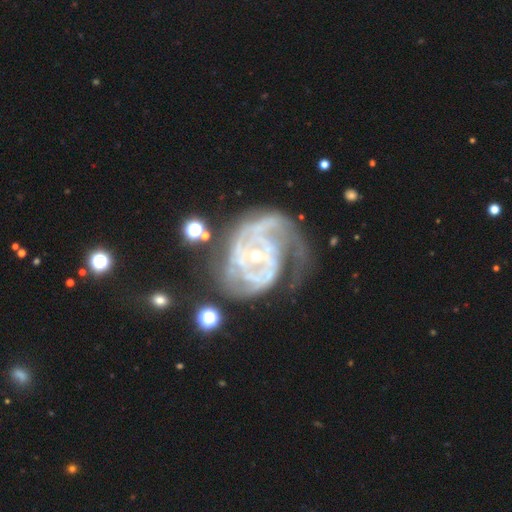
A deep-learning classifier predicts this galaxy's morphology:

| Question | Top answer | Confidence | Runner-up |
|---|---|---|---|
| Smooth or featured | featured or disk | 89% | star or artifact (6%) |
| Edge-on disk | no | 98% | yes (2%) |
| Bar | no | 55% | weak (31%) |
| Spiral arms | yes | 95% | no (5%) |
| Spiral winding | tight | 53% | medium (37%) |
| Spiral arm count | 2 | 33% | can't tell (25%) |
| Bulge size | small | 77% | moderate (19%) |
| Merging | none | 41% | major disturbance (32%) |